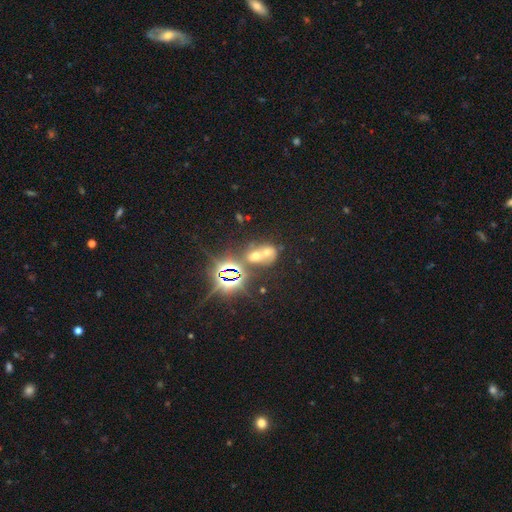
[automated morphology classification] smooth-or-featured: smooth: 40% | star or artifact: 37% | featured or disk: 23%
  merging: merger: 67% | none: 22% | minor disturbance: 6% | major disturbance: 5%